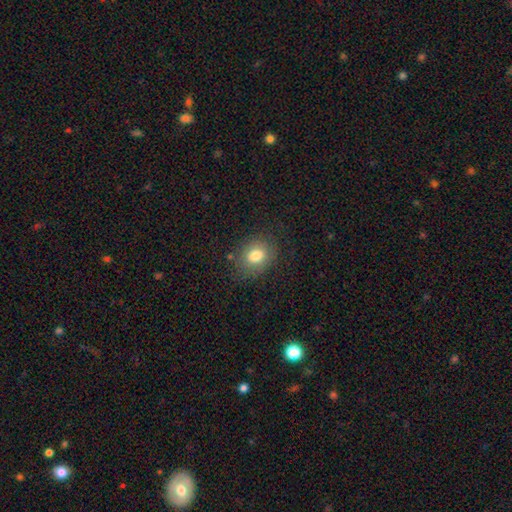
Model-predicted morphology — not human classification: smooth-or-featured: smooth: 79% | featured or disk: 11% | star or artifact: 11%
  how-rounded: in between: 51% | round: 48% | cigar-shaped: 1%
  merging: none: 78% | minor disturbance: 15% | major disturbance: 5% | merger: 2%